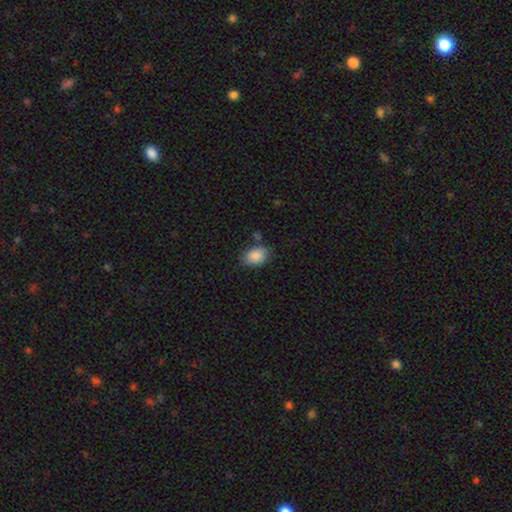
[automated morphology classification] Smooth or featured? Predicted: smooth (p=0.89). How rounded? Predicted: in between (p=0.84). Merging? Predicted: none (p=0.75).